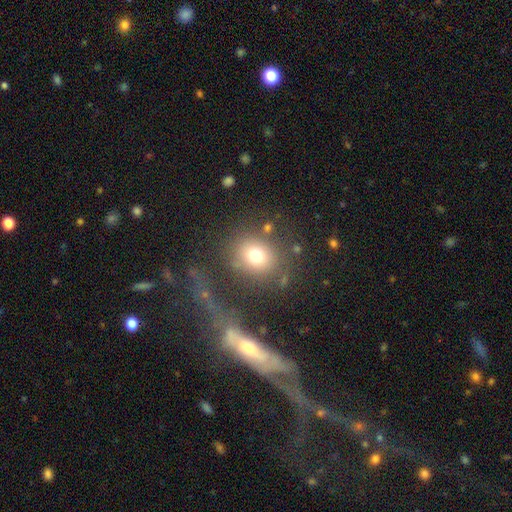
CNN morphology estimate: Overall: smooth (74%). How rounded: round (74%). Merging: none (68%).